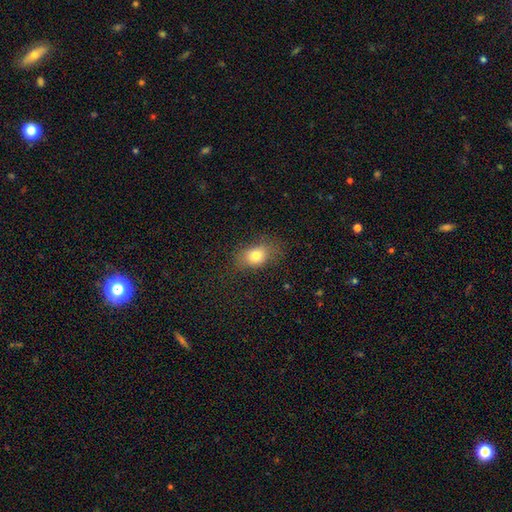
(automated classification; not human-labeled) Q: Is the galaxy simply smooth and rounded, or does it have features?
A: smooth — 78%.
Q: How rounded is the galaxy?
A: in between — 66%.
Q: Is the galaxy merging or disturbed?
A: none — 71%.